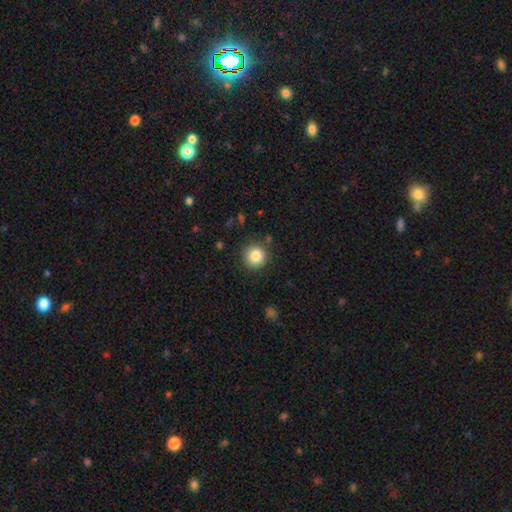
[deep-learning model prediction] smooth 85%, star or artifact 10%, featured or disk 5%. Down the decision tree: how rounded — round (95%); merging — none (88%).